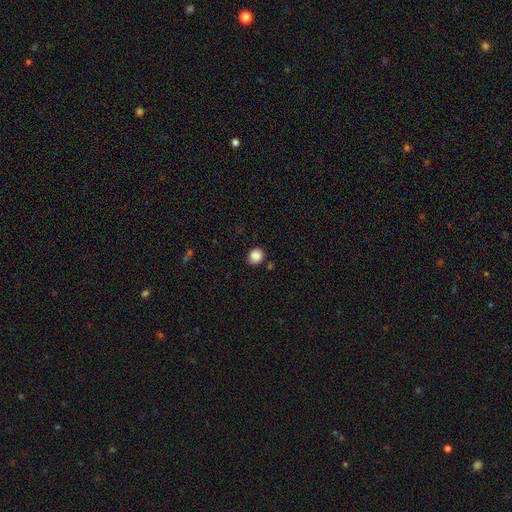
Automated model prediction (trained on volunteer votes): This is clearly a smooth galaxy (87%). How rounded: clearly round (85%). Merging: clearly none (81%).